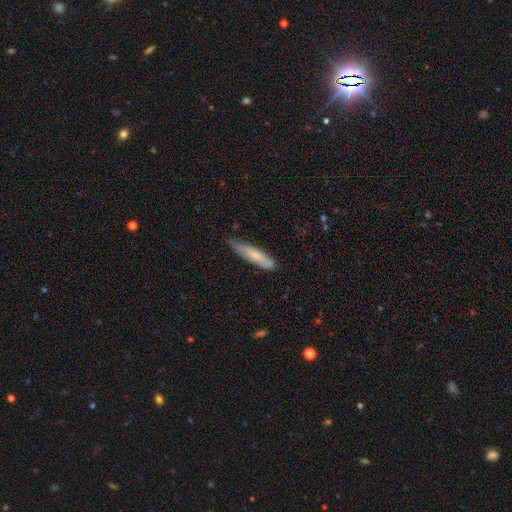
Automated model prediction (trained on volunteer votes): Smooth or featured? smooth (65%)
How rounded? cigar-shaped (78%)
Merging? none (68%)